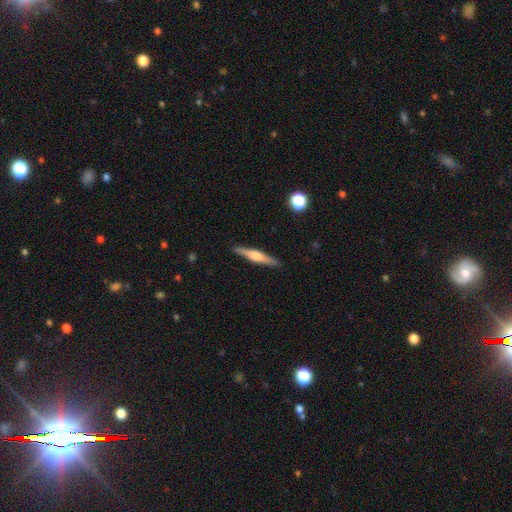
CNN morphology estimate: A featured or disk galaxy (58%) viewed edge-on (97%) with a rounded central bulge (71%).

Vote fractions:
- Smooth or featured? featured or disk: 58% / smooth: 36% / star or artifact: 6%
- Edge-on disk? yes: 97% / no: 3%
- Edge-on bulge? rounded: 71% / boxy: 21% / none: 8%
- Merging? none: 90% / minor disturbance: 7% / major disturbance: 2% / merger: 1%